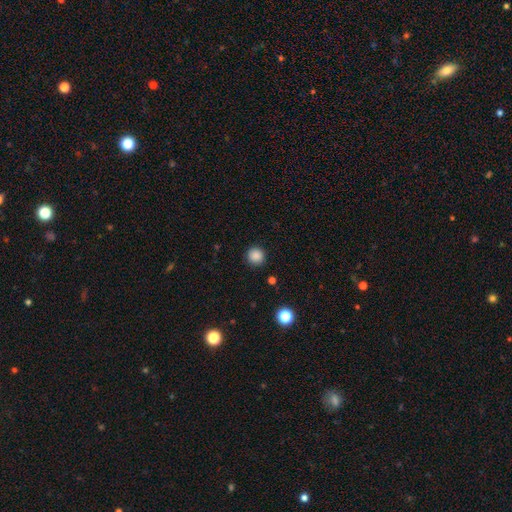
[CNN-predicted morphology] Smooth or featured? smooth (86%)
How rounded? round (94%)
Merging? none (91%)